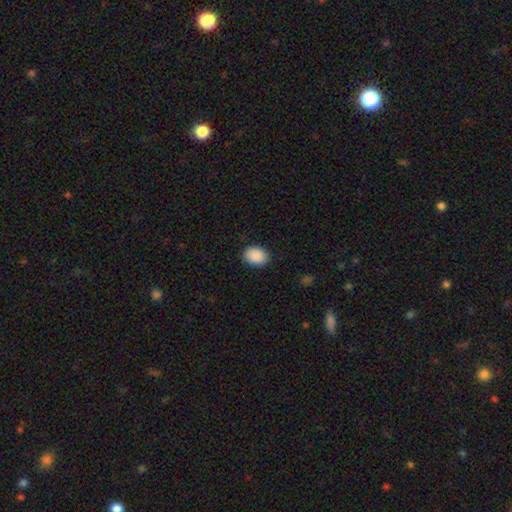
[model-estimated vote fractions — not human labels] Overall: smooth (91%). How rounded: in between (71%). Merging: none (89%).